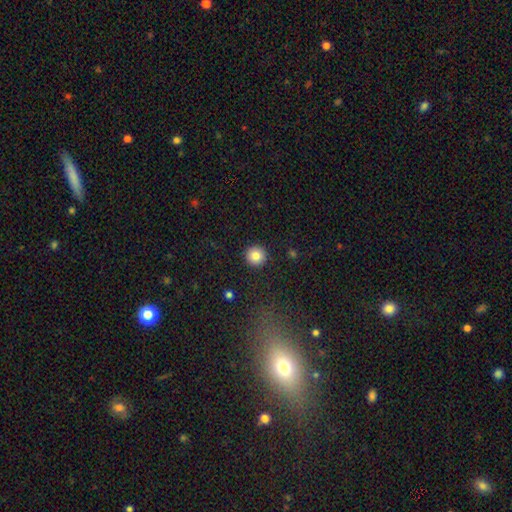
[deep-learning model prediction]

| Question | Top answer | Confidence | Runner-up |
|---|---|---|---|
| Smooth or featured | smooth | 84% | star or artifact (10%) |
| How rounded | round | 95% | in between (4%) |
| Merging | none | 93% | minor disturbance (4%) |